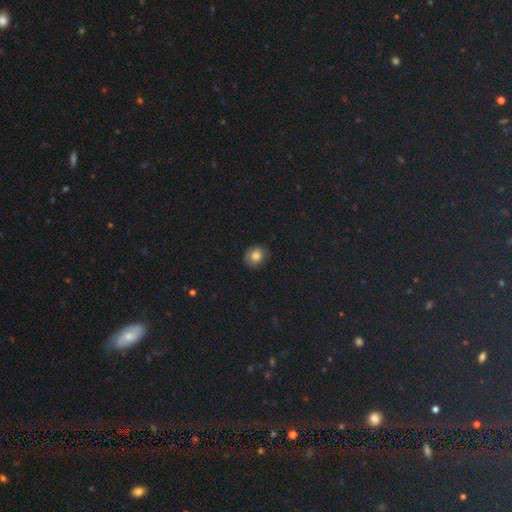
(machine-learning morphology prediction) Q: Smooth or featured?
A: smooth (81%); runner-up: star or artifact (12%)
Q: How rounded?
A: round (71%); runner-up: in between (28%)
Q: Merging?
A: none (81%); runner-up: minor disturbance (15%)